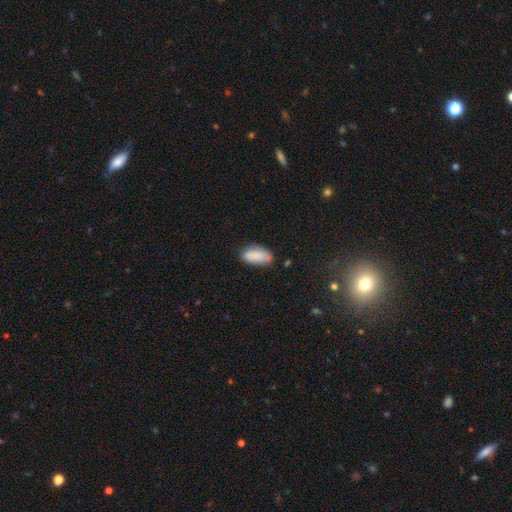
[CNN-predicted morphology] smooth-or-featured: smooth: 86% | featured or disk: 8% | star or artifact: 7%
  how-rounded: in between: 88% | cigar-shaped: 9% | round: 2%
  merging: none: 68% | minor disturbance: 25% | major disturbance: 5% | merger: 3%